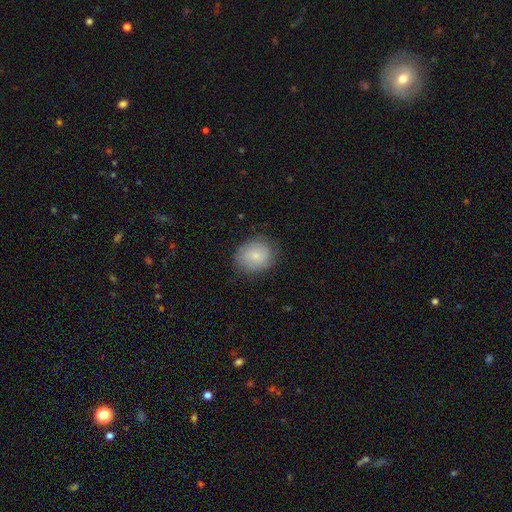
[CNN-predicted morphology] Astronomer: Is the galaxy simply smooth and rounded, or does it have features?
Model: smooth — 78%.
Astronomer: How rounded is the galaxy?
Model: round — 66%.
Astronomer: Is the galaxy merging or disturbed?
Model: none — 81%.